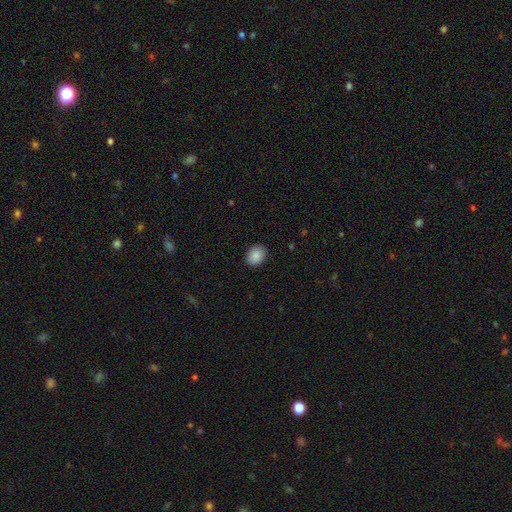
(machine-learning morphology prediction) smooth 88%, star or artifact 8%, featured or disk 4%. Down the decision tree: how rounded — in between (55%); merging — none (89%).